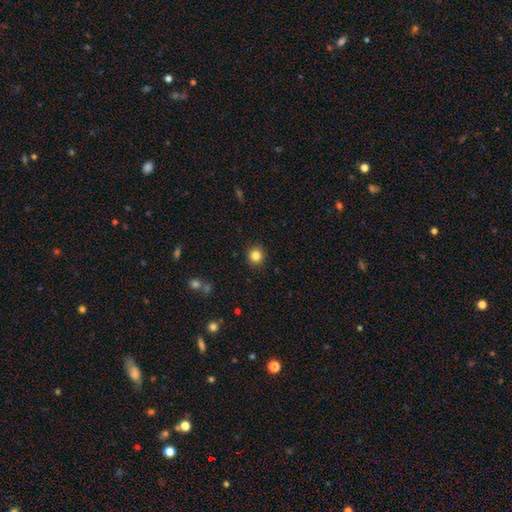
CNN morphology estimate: smooth_or_featured: smooth (p=0.84) [alt: star or artifact p=0.11]
how_rounded: round (p=0.92) [alt: in between p=0.07]
merging: none (p=0.91) [alt: minor disturbance p=0.06]